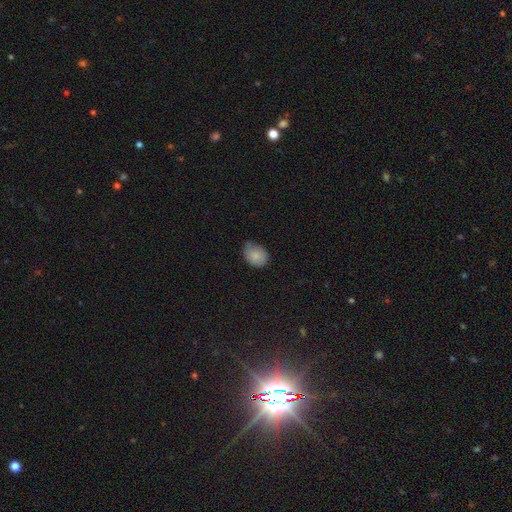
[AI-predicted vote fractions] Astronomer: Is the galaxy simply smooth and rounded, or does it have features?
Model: smooth — 83%.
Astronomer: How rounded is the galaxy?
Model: in between — 61% (runner-up: round, 38%).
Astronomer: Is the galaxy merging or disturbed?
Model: none — 50% (runner-up: minor disturbance, 42%).